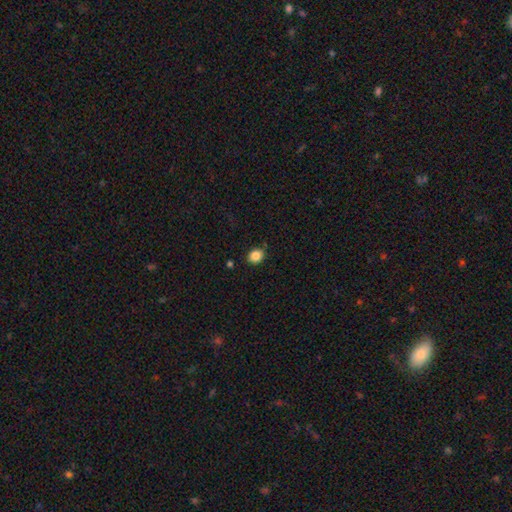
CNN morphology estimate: smooth 86%, star or artifact 10%, featured or disk 4%. Down the decision tree: how rounded — round (54%); merging — none (83%).